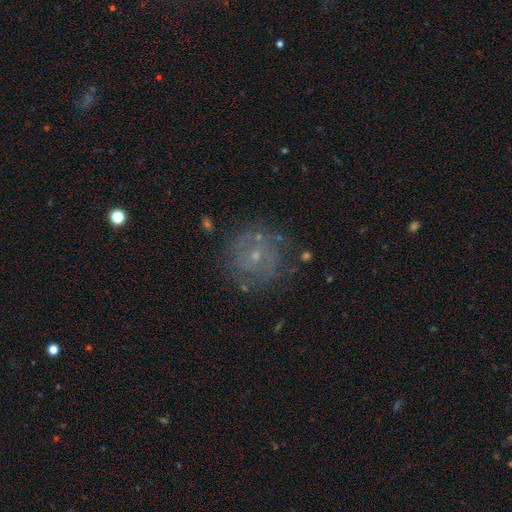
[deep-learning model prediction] Smooth or featured?
  - featured or disk: 58% *
  - smooth: 27%
  - star or artifact: 15%
Edge-on disk?
  - no: 97% *
  - yes: 3%
Bar?
  - no: 77% *
  - weak: 19%
  - strong: 4%
Spiral arms?
  - yes: 61% *
  - no: 39%
Bulge size?
  - small: 69% *
  - moderate: 24%
  - none: 4%
  - large: 1%
  - dominant: 1%
Merging?
  - none: 74% *
  - minor disturbance: 15%
  - major disturbance: 8%
  - merger: 2%